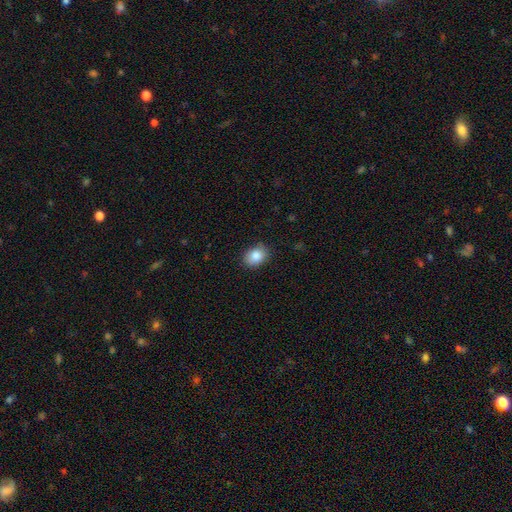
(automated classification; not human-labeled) smooth 86%, star or artifact 8%, featured or disk 6%. Down the decision tree: how rounded — in between (66%); merging — none (84%).